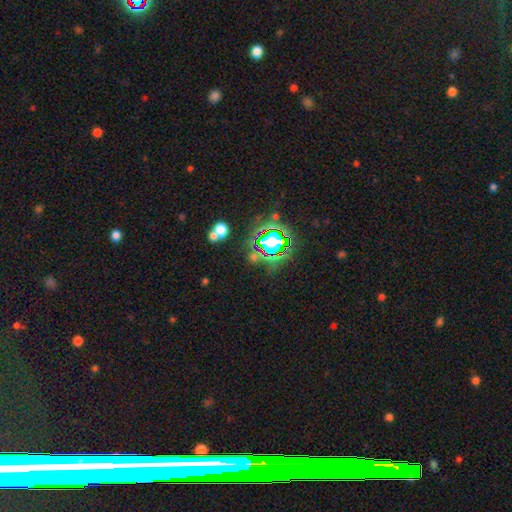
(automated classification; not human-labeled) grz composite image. It shows a star or artifact, not a galaxy (75%).